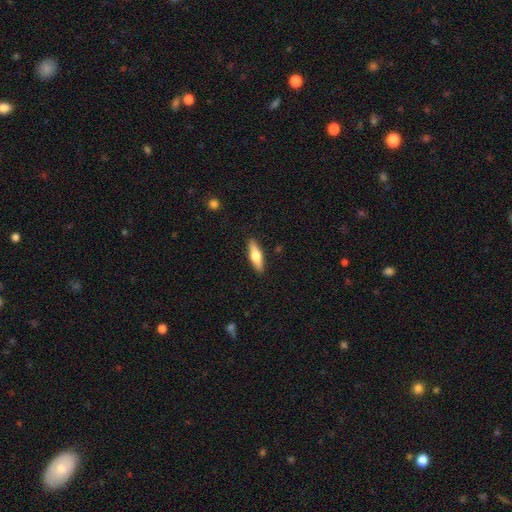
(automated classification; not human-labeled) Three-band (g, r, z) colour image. It shows a smooth galaxy with no disk features (51%) that is cigar-shaped (61%). Merging: none (90%).